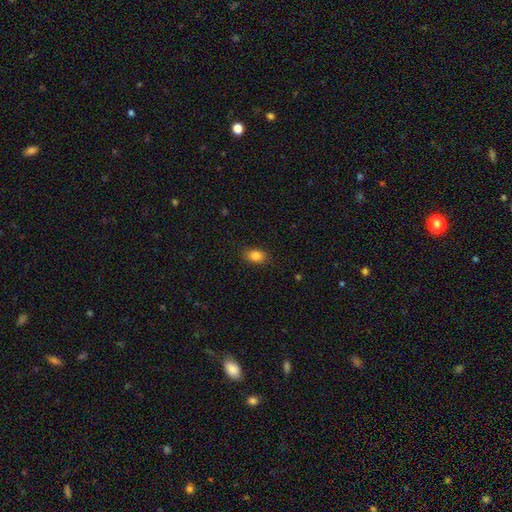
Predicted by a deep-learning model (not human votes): The model was most divided on "how rounded": in between: 74%, round: 24%, cigar-shaped: 2%. More confident: smooth or featured — smooth (85%); merging — none (84%).